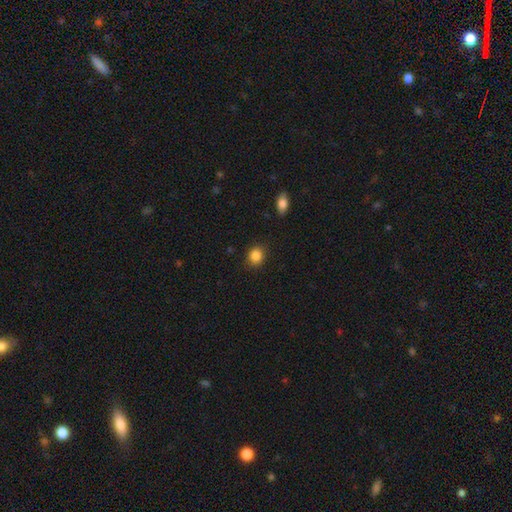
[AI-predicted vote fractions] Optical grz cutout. It shows a smooth galaxy with no disk features (86%) that is round (76%). Merging: none (88%).